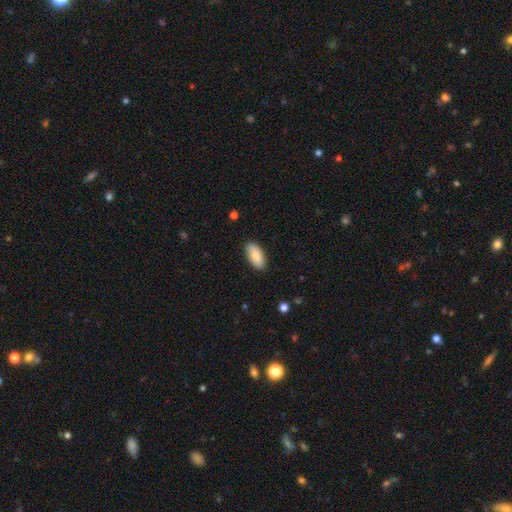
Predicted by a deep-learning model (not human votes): A smooth galaxy with no disk features (87%) that is in between round and cigar-shaped (92%).

Vote fractions:
- Smooth or featured? smooth: 87% / featured or disk: 7% / star or artifact: 6%
- How rounded? in between: 92% / cigar-shaped: 6% / round: 2%
- Merging? none: 88% / minor disturbance: 9% / major disturbance: 2% / merger: 1%